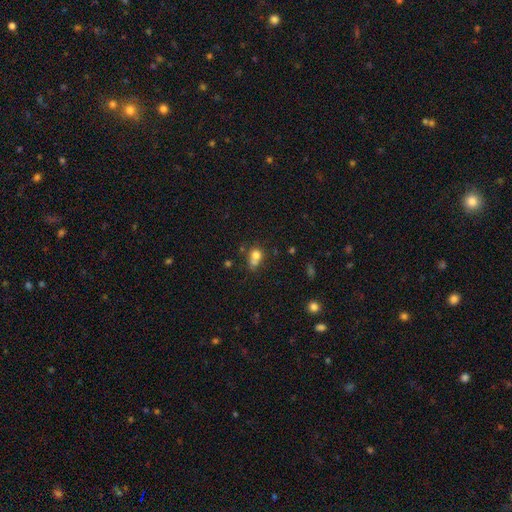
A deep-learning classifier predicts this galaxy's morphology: The model was most divided on "merging": none: 38%, merger: 35%, minor disturbance: 17%, major disturbance: 9%. More confident: smooth or featured — smooth (74%); how rounded — round (66%).